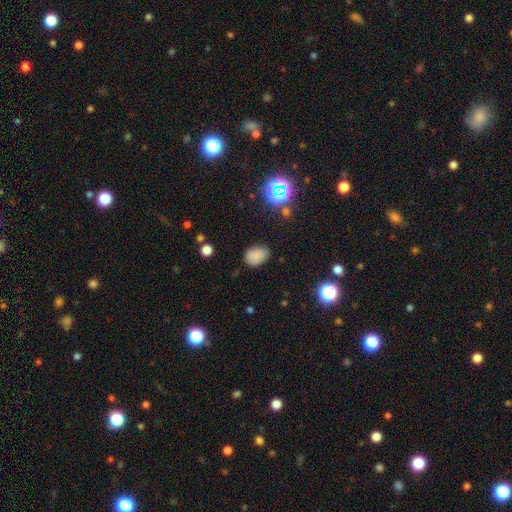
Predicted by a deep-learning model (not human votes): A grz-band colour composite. It shows a smooth galaxy with no disk features (80%) that is in between round and cigar-shaped (78%). Merging: none (74%).